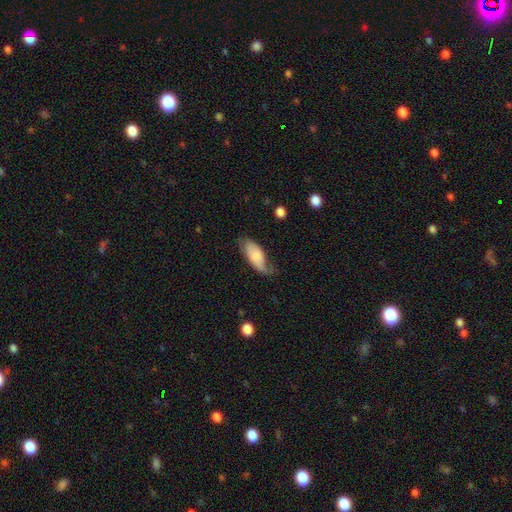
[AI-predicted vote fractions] Overall: smooth (68%). How rounded: in between (86%). Merging: none (43%; minor disturbance 36%).